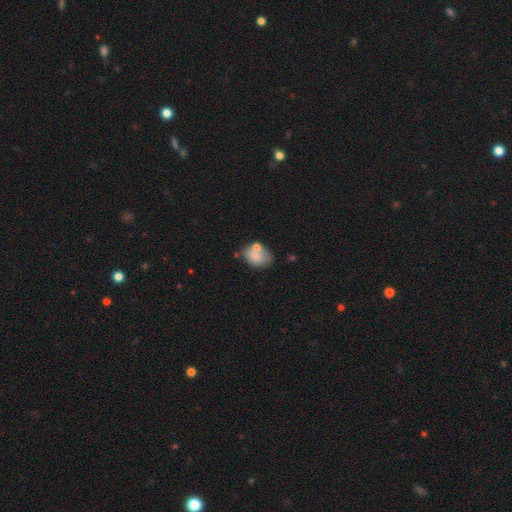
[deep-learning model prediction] Smooth or featured: smooth — 74% (featured or disk — 17%)
How rounded: in between — 77% (round — 22%)
Merging: none — 52% (minor disturbance — 23%)